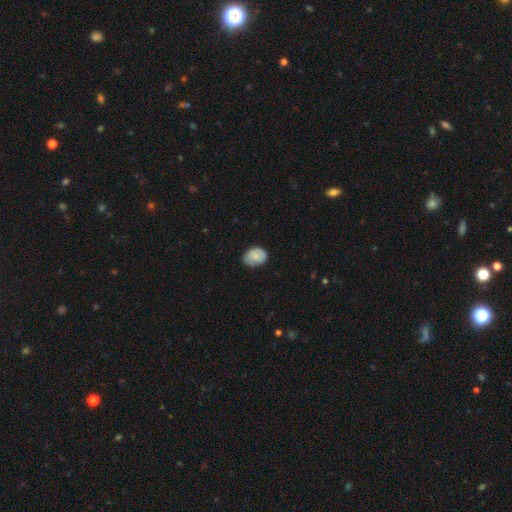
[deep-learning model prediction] Smooth or featured? smooth (77%)
How rounded? in between (60%)
Merging? none (68%)